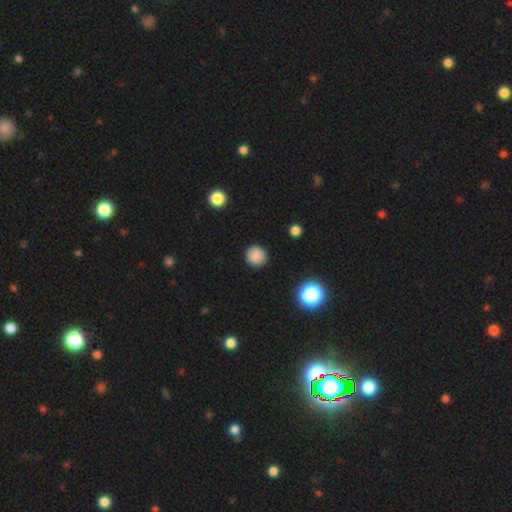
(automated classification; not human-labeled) This is clearly a smooth galaxy (86%). How rounded: clearly round (94%). Merging: clearly none (91%).